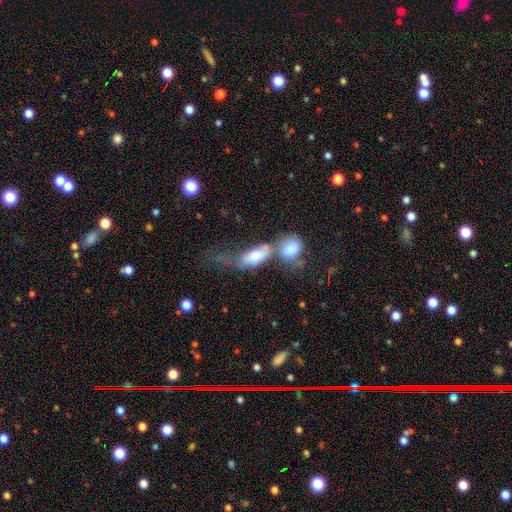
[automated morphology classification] A smooth galaxy with no disk features (70%) that is in between round and cigar-shaped (77%). Merging: merger (65%).